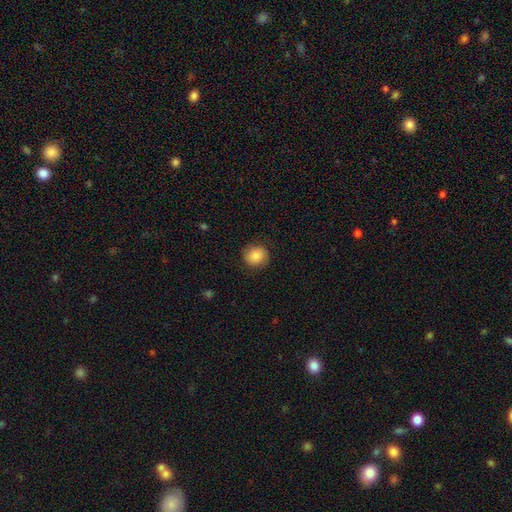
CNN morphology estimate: This appears to be a smooth galaxy with no disk features (85%) that is round (87%). Merging: none (86%).